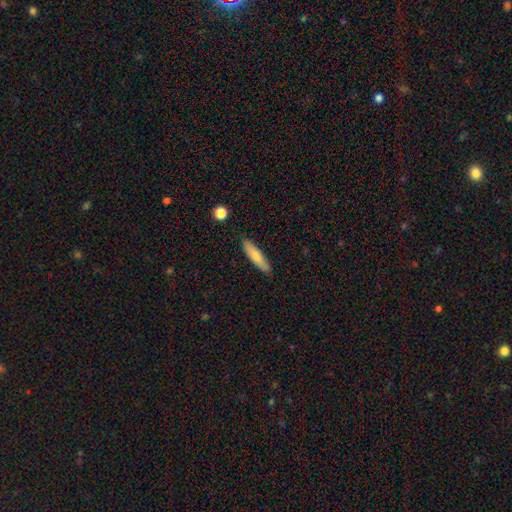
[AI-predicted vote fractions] This appears to be a smooth galaxy with no disk features (71%) that is cigar-shaped (79%). Merging: none (88%).